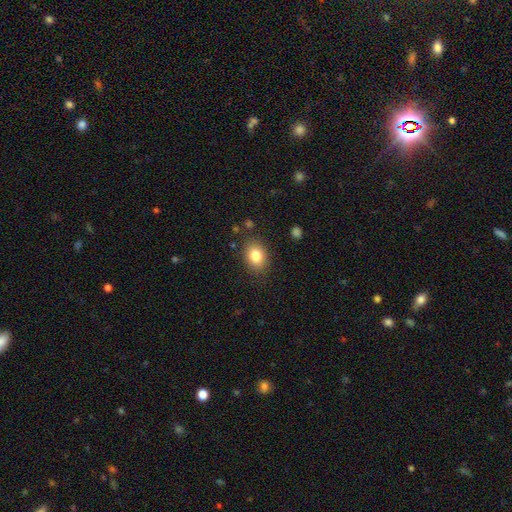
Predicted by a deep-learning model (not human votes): Smooth or featured? smooth (82%)
How rounded? in between (69%)
Merging? none (83%)